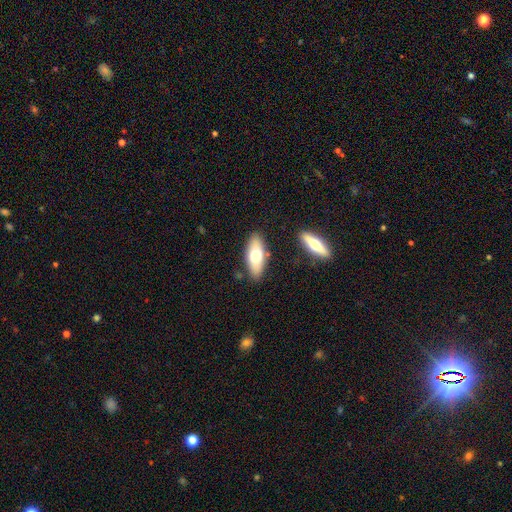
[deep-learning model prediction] This is likely a smooth galaxy (64%). How rounded: likely in between (75%). Merging: clearly none (82%).